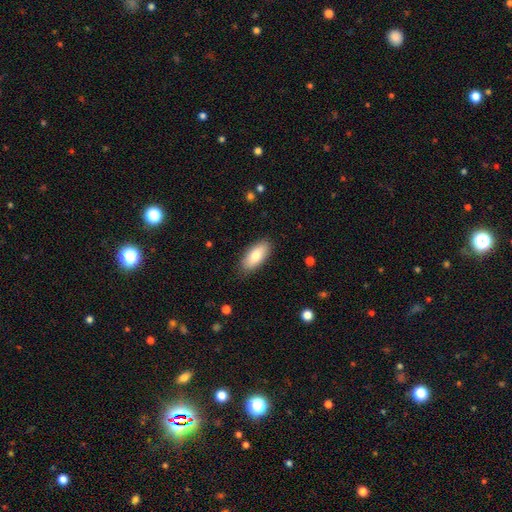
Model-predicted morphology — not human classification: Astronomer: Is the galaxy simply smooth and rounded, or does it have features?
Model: smooth — 79%.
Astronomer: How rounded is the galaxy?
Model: in between — 86%.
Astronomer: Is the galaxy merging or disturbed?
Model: none — 86%.